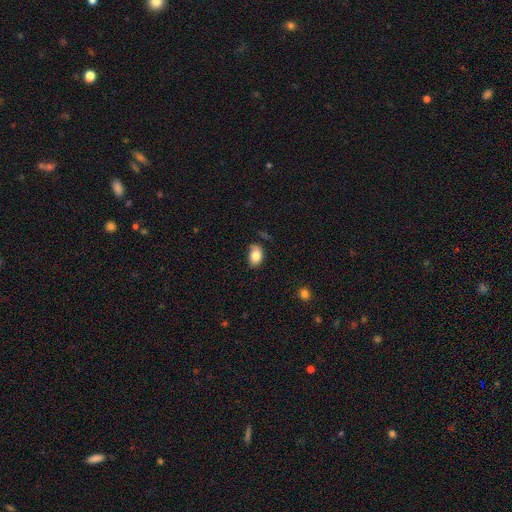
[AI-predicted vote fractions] A smooth galaxy with no disk features (82%) that is in between round and cigar-shaped (80%). Merging: none (61%).